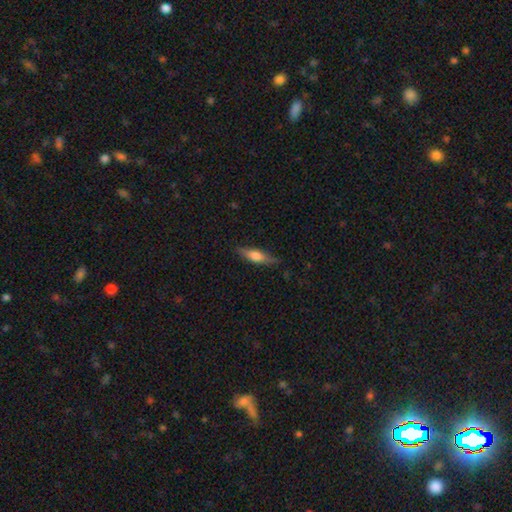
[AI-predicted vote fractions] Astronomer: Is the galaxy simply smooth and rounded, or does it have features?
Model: featured or disk — 47%, tied with smooth at 47%.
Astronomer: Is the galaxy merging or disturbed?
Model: none — 81%.